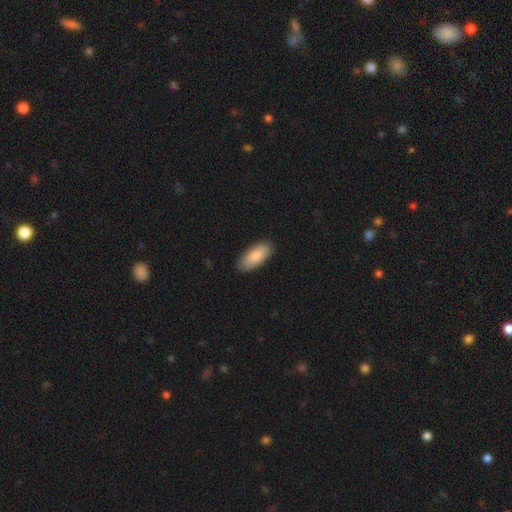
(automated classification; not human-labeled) smooth 86%, featured or disk 8%, star or artifact 5%. Down the decision tree: how rounded — in between (89%); merging — none (88%).